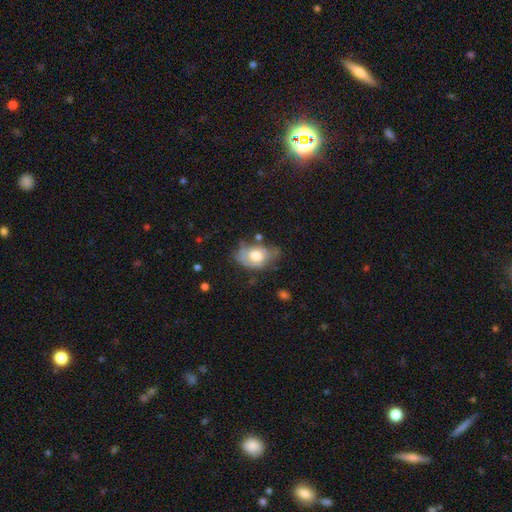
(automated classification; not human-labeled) smooth-or-featured: smooth: 54% | featured or disk: 39% | star or artifact: 7%
  how-rounded: in between: 87% | round: 12% | cigar-shaped: 2%
  merging: none: 41% | minor disturbance: 36% | major disturbance: 18% | merger: 4%